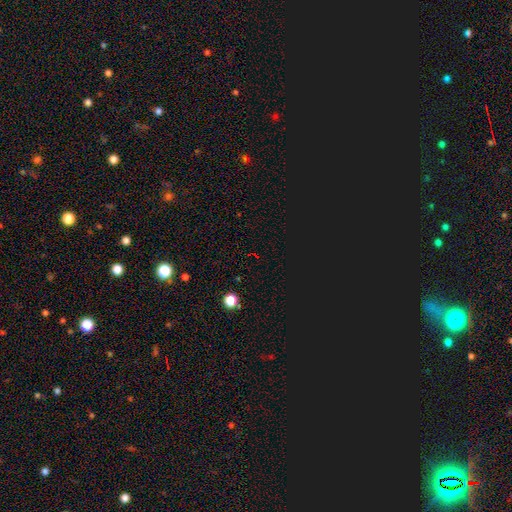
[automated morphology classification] Smooth or featured? Predicted: star or artifact (p=0.72).